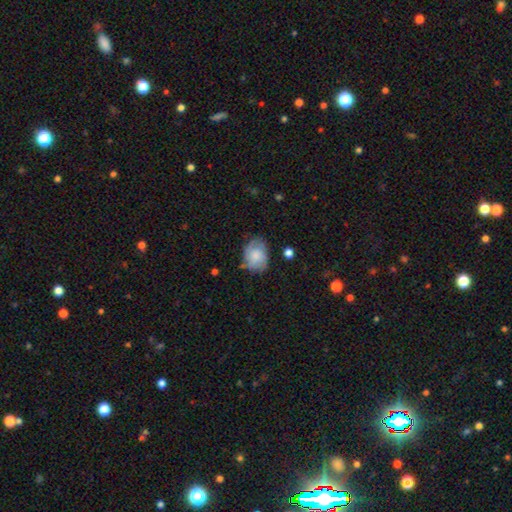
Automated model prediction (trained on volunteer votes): Smooth or featured: smooth — 56% (featured or disk — 36%)
How rounded: in between — 63% (round — 36%)
Merging: none — 61% (minor disturbance — 27%)